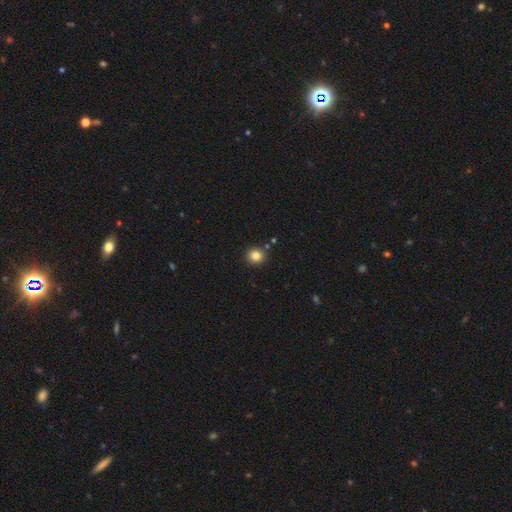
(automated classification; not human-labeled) Smooth or featured? Predicted: smooth (p=0.83). How rounded? Predicted: round (p=0.89). Merging? Predicted: none (p=0.89).